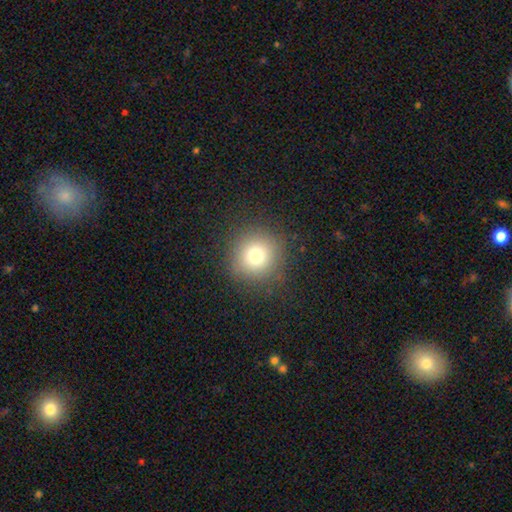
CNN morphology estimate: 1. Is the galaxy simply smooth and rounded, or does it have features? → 76% smooth, 14% star or artifact, 10% featured or disk.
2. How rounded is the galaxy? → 94% round, 5% in between, 1% cigar-shaped.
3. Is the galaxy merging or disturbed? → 88% none, 7% minor disturbance, 4% major disturbance, 1% merger.